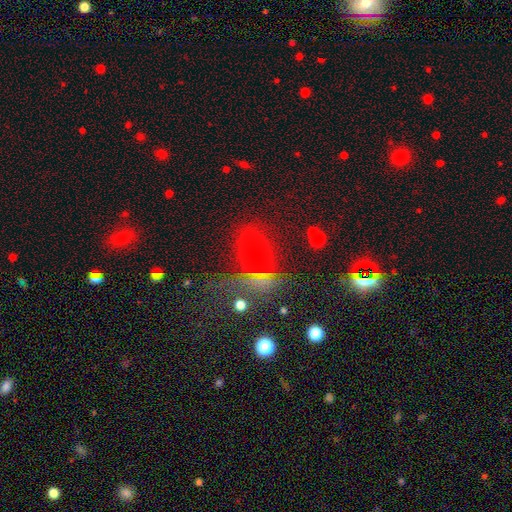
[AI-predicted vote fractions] Smooth or featured? Predicted: smooth (p=0.55). How rounded? Predicted: in between (p=0.70). Merging? Predicted: none (p=0.68).